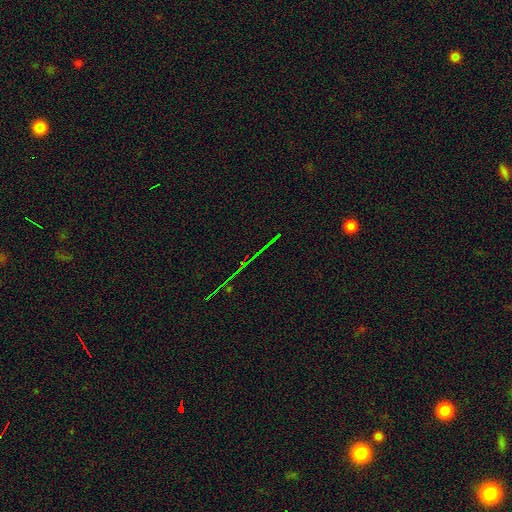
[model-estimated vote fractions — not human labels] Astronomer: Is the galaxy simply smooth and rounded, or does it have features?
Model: star or artifact — 79%.